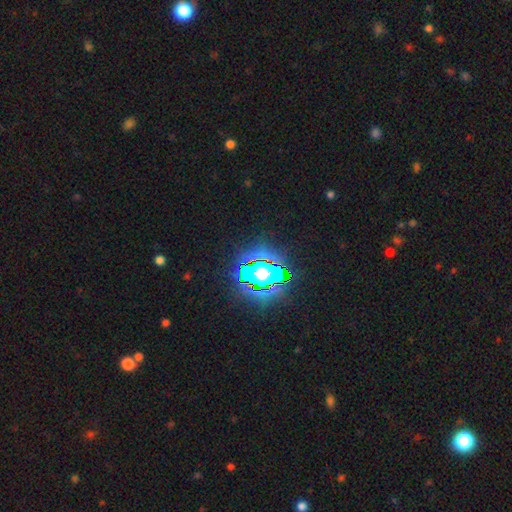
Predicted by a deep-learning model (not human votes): smooth_or_featured: star or artifact (p=0.85) [alt: smooth p=0.08]